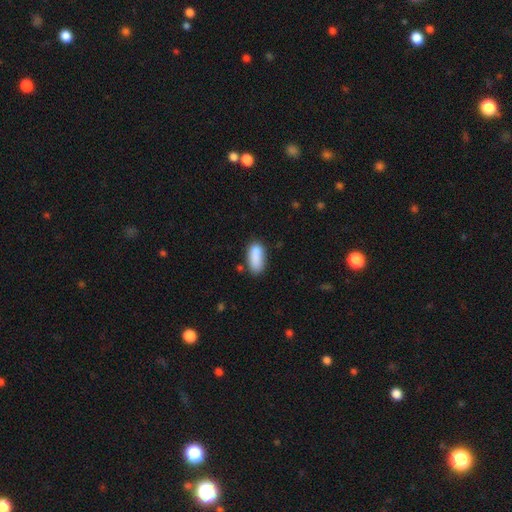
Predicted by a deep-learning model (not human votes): Smooth or featured? smooth (86%)
How rounded? in between (81%)
Merging? none (66%)